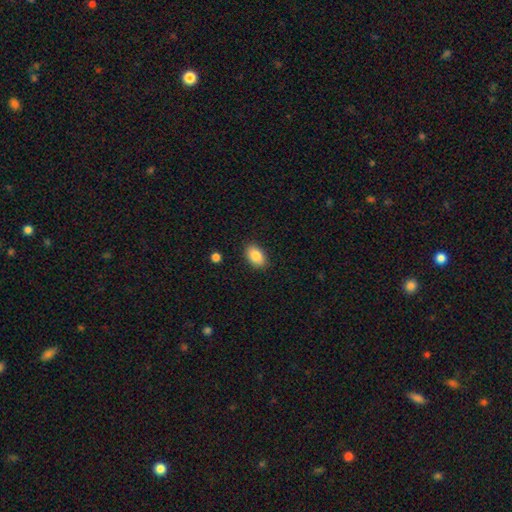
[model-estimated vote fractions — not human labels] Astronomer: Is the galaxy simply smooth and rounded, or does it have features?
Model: smooth — 86%.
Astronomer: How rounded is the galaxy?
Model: in between — 88%.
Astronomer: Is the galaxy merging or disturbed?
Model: none — 88%.